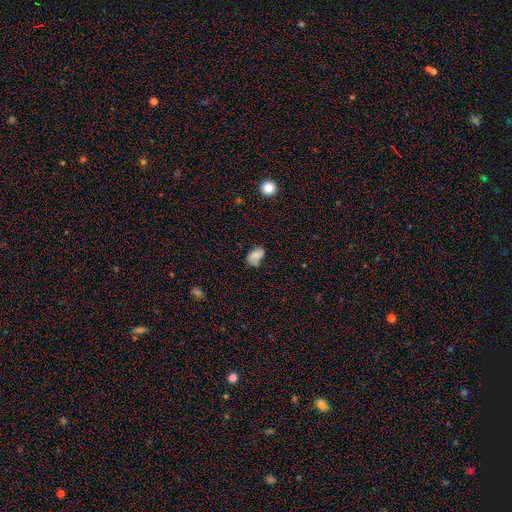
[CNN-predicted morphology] Smooth or featured: smooth — 75% (featured or disk — 15%)
How rounded: in between — 85% (round — 13%)
Merging: none — 58% (minor disturbance — 31%)